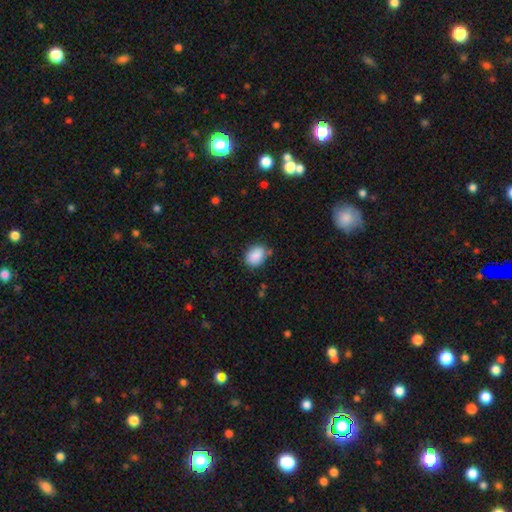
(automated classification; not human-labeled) Morphology: type=smooth (89%); roundness=in between (66%); merging=none (76%).